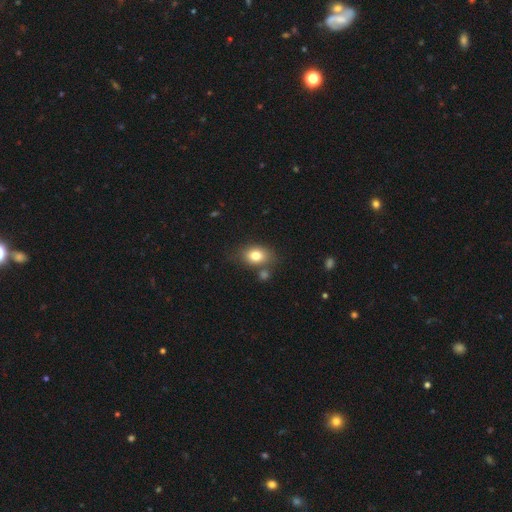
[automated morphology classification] Overall: smooth (79%). How rounded: in between (70%). Merging: none (69%).